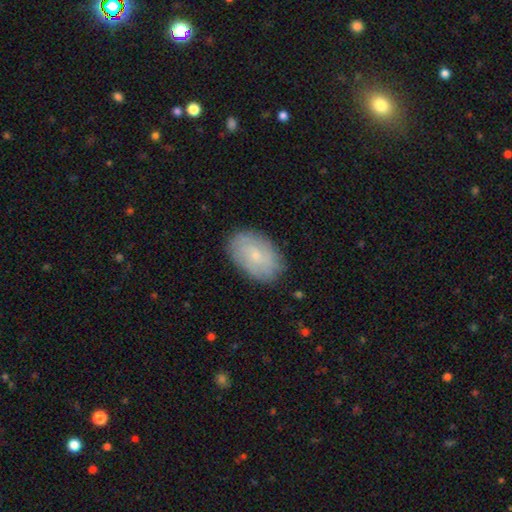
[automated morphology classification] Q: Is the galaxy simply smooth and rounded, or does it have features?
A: smooth — 53%.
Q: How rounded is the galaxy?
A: in between — 89%.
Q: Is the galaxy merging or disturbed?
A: none — 82%.